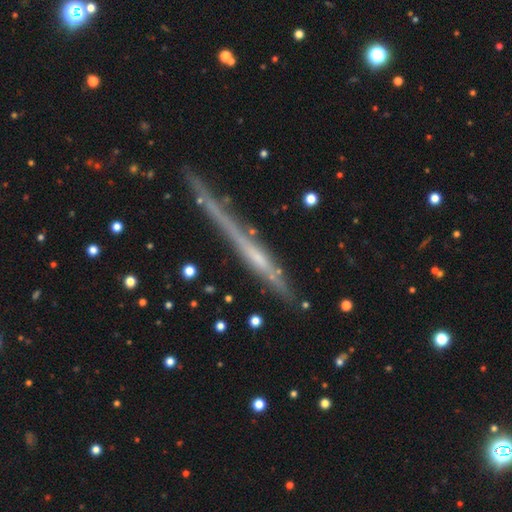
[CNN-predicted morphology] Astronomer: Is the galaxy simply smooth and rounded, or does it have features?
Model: featured or disk — 68%.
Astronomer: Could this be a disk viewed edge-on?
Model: yes — 96%.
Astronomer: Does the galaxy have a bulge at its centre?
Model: none — 73%.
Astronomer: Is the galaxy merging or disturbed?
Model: none — 72%.